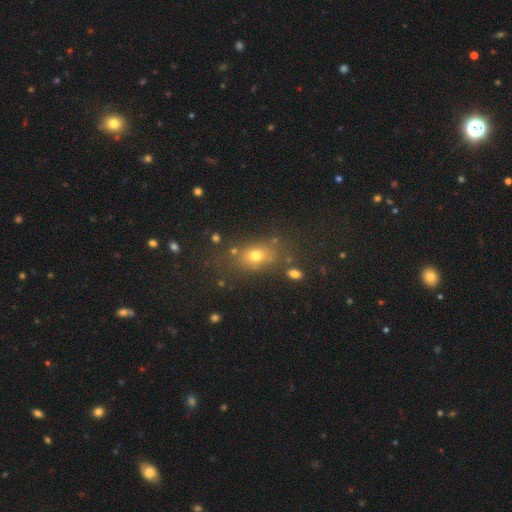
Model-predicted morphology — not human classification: type=smooth (67%); roundness=in between (57%); merging=none (74%).